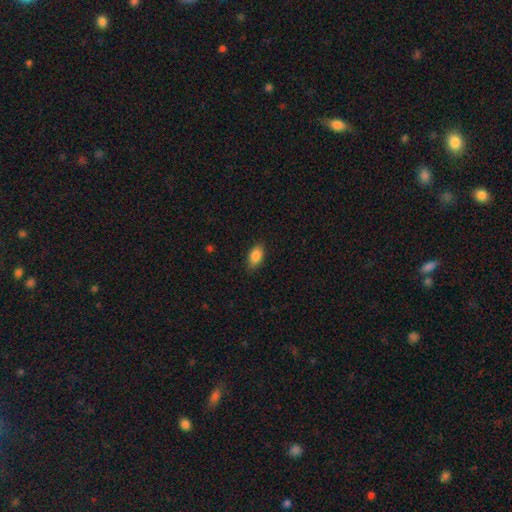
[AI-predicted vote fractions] Smooth or featured? smooth (87%)
How rounded? in between (89%)
Merging? none (84%)